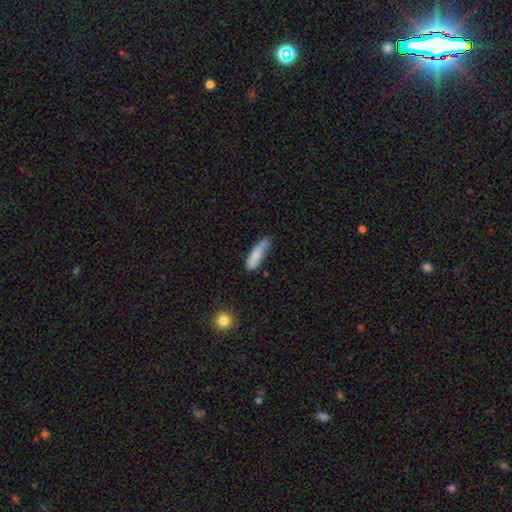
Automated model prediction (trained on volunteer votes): This is clearly a smooth galaxy (81%). How rounded: likely cigar-shaped (73%). Merging: possibly none (59%).